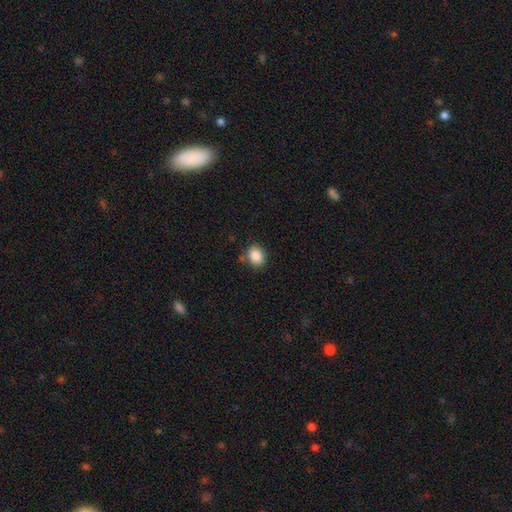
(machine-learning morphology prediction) This appears to be a smooth galaxy with no disk features (87%) that is round (55%). Merging: none (79%).